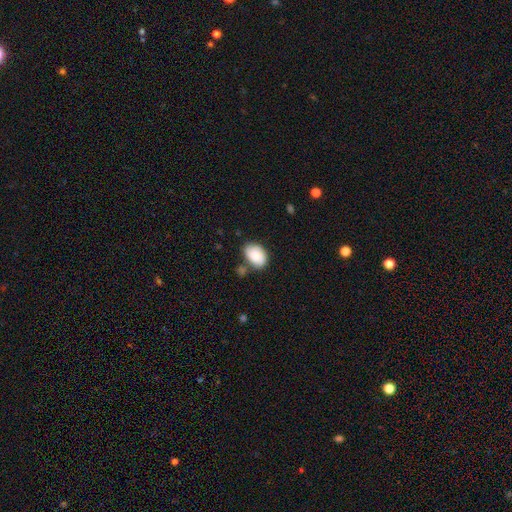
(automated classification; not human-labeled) Morphology: type=smooth (84%); roundness=in between (85%); merging=none (64%).